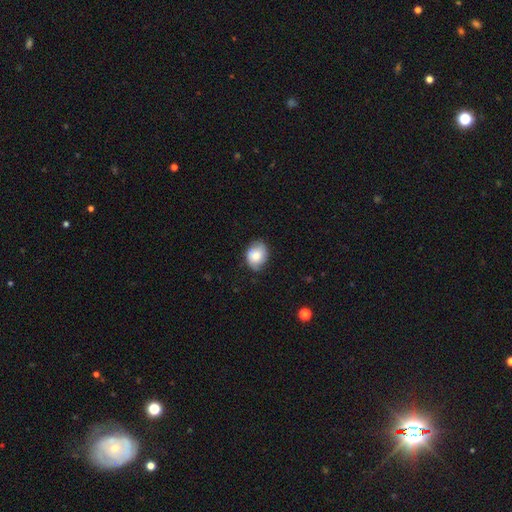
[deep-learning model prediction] Q: Smooth or featured?
A: smooth (76%); runner-up: featured or disk (16%)
Q: How rounded?
A: in between (52%); runner-up: round (47%)
Q: Merging?
A: none (71%); runner-up: minor disturbance (24%)